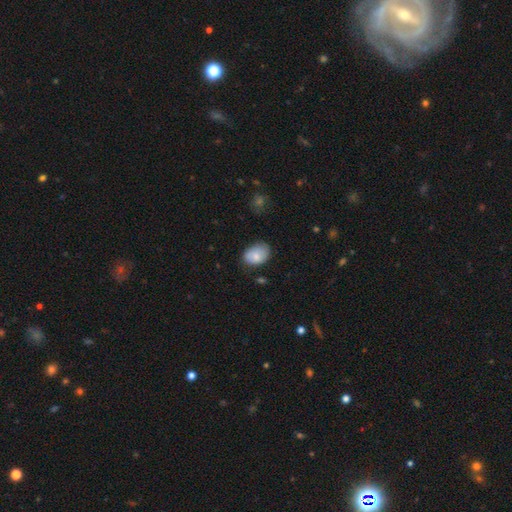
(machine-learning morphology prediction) Smooth or featured?
  - smooth: 76% *
  - featured or disk: 17%
  - star or artifact: 7%
How rounded?
  - in between: 80% *
  - round: 20%
  - cigar-shaped: 1%
Merging?
  - none: 64% *
  - minor disturbance: 29%
  - major disturbance: 6%
  - merger: 2%